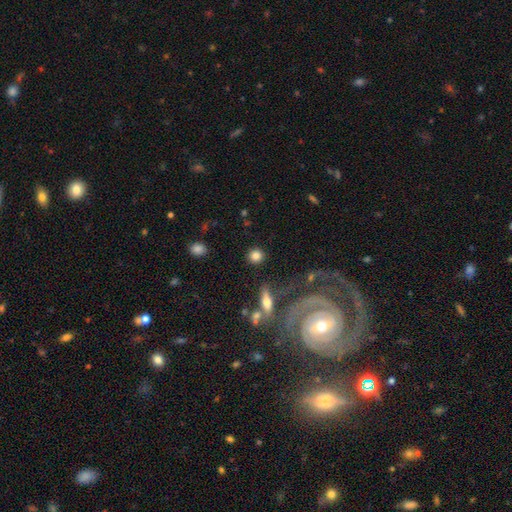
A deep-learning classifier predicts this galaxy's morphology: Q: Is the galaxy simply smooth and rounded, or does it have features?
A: smooth — 82%.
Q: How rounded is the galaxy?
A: round — 89%.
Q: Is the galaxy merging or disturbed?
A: none — 86%.